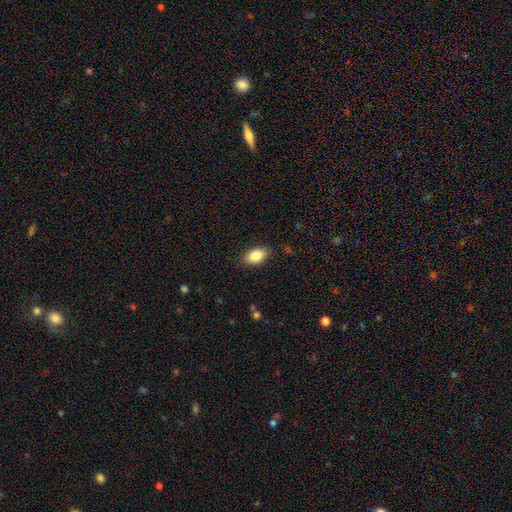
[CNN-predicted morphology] Smooth or featured?
  - smooth: 86% *
  - featured or disk: 7%
  - star or artifact: 7%
How rounded?
  - in between: 92% *
  - round: 6%
  - cigar-shaped: 2%
Merging?
  - none: 86% *
  - minor disturbance: 10%
  - major disturbance: 2%
  - merger: 1%